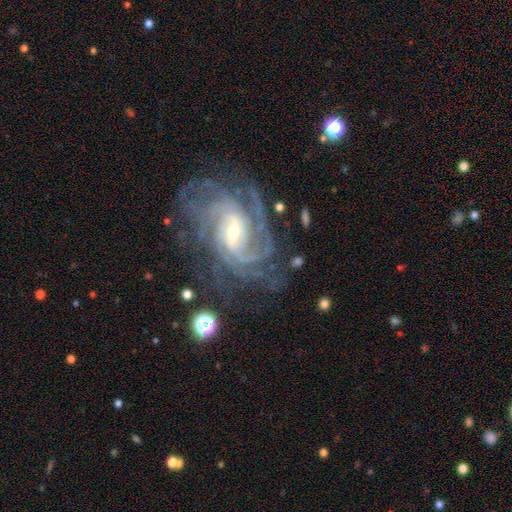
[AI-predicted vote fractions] This appears to be a featured or disk galaxy (90%) with a weak bar (46%), 4 (24%) tight (63%) spiral arms (98%) and a small central bulge (56%). Merging: none (74%).